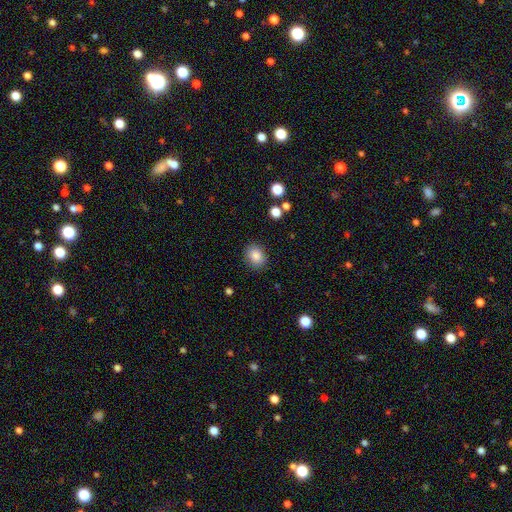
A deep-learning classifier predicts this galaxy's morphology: smooth-or-featured: smooth: 86% | star or artifact: 9% | featured or disk: 5%
  how-rounded: round: 59% | in between: 40% | cigar-shaped: 1%
  merging: none: 87% | minor disturbance: 9% | major disturbance: 3% | merger: 2%